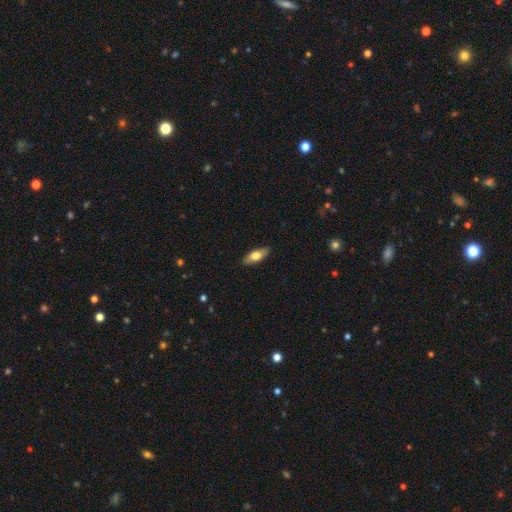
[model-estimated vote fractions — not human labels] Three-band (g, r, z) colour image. It shows a smooth galaxy with no disk features (69%) that is in between round and cigar-shaped (74%). Merging: none (88%).